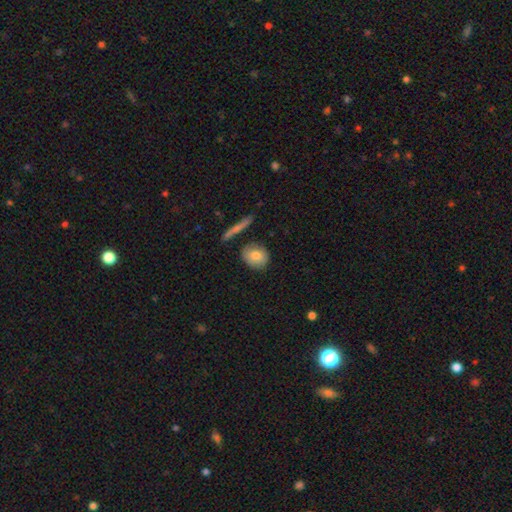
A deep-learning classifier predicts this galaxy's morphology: Smooth or featured? smooth (80%)
How rounded? round (68%)
Merging? none (80%)